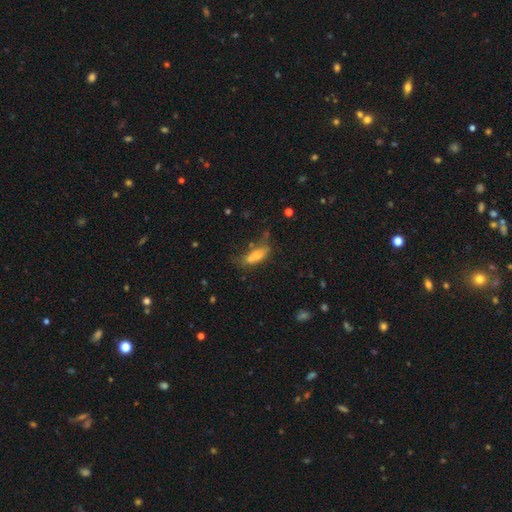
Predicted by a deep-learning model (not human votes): A smooth galaxy with no disk features (71%) that is in between round and cigar-shaped (74%).

Vote fractions:
- Smooth or featured? smooth: 71% / featured or disk: 19% / star or artifact: 10%
- How rounded? in between: 74% / cigar-shaped: 23% / round: 3%
- Merging? none: 34% / minor disturbance: 28% / major disturbance: 25% / merger: 13%